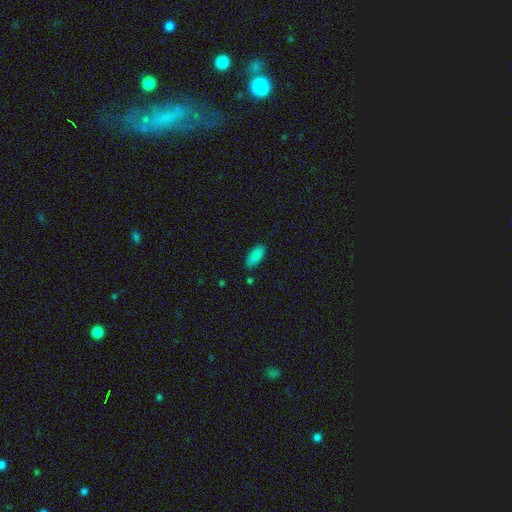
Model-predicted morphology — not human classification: Smooth or featured: smooth — 87% (star or artifact — 9%)
How rounded: in between — 83% (cigar-shaped — 15%)
Merging: none — 85% (minor disturbance — 10%)